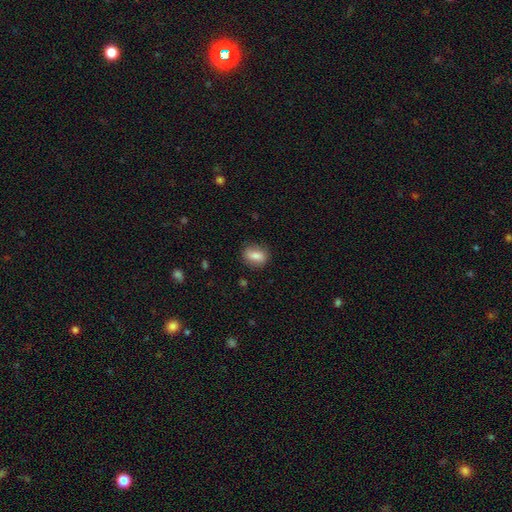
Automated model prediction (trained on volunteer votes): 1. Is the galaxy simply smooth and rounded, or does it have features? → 81% smooth, 12% featured or disk, 8% star or artifact.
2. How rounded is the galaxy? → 67% in between, 29% round, 4% cigar-shaped.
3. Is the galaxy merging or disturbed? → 80% none, 15% minor disturbance, 4% major disturbance, 1% merger.